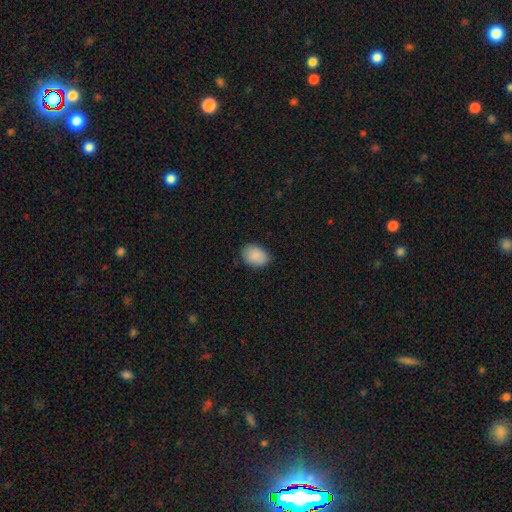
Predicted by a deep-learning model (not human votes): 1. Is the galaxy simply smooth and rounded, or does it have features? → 89% smooth, 7% star or artifact, 4% featured or disk.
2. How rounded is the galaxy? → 73% in between, 26% round, 1% cigar-shaped.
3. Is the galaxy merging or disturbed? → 81% none, 15% minor disturbance, 3% major disturbance, 1% merger.